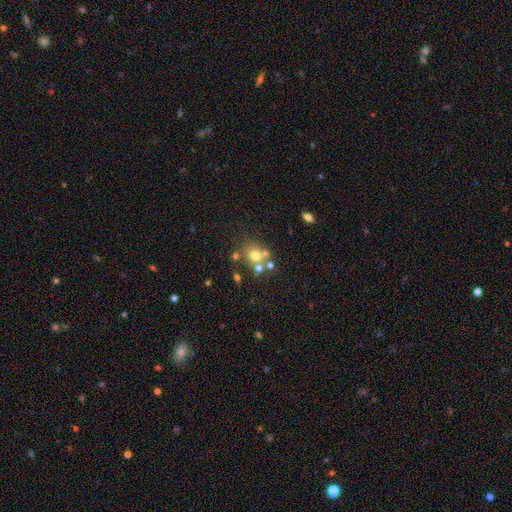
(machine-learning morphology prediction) smooth_or_featured: smooth (p=0.64) [alt: featured or disk p=0.18]
how_rounded: round (p=0.76) [alt: in between p=0.23]
merging: none (p=0.56) [alt: merger p=0.28]